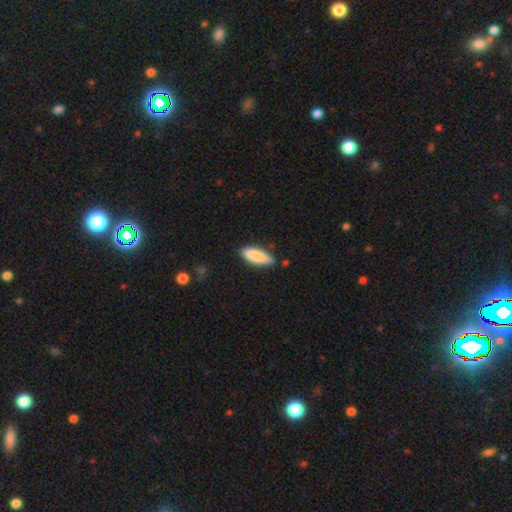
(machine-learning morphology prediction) Smooth or featured?
  - smooth: 86% *
  - featured or disk: 8%
  - star or artifact: 6%
How rounded?
  - in between: 54% *
  - cigar-shaped: 44%
  - round: 2%
Merging?
  - none: 78% *
  - minor disturbance: 16%
  - major disturbance: 3%
  - merger: 2%